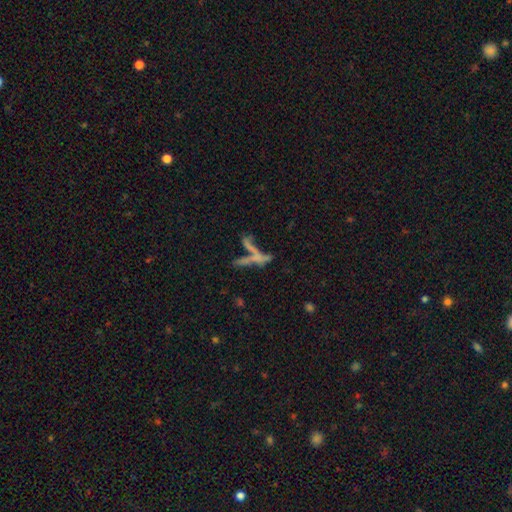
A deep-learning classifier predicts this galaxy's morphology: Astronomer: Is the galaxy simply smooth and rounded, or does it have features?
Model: smooth — 45% (runner-up: featured or disk, 38%).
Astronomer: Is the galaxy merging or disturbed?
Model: merger — 47% (runner-up: none, 32%).